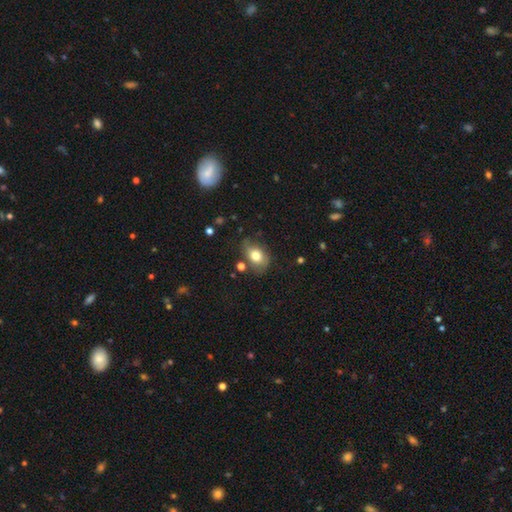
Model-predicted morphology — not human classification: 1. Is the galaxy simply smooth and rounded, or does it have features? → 75% smooth, 17% featured or disk, 9% star or artifact.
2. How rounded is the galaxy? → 75% in between, 24% round, 1% cigar-shaped.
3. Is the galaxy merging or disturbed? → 63% none, 25% minor disturbance, 8% major disturbance, 4% merger.